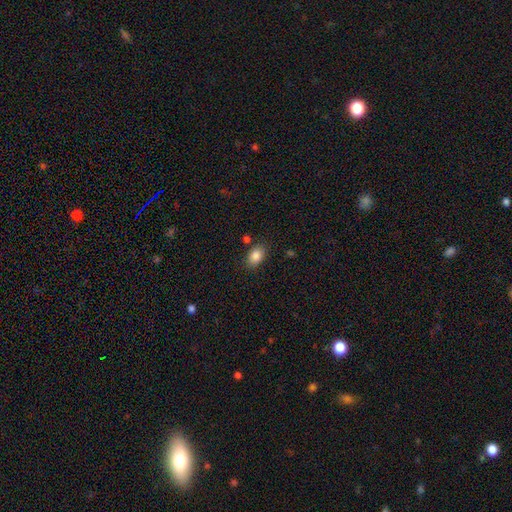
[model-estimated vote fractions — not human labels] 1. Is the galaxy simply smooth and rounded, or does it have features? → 85% smooth, 9% star or artifact, 6% featured or disk.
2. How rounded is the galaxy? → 84% in between, 15% round, 1% cigar-shaped.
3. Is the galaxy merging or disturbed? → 82% none, 11% minor disturbance, 4% merger, 3% major disturbance.